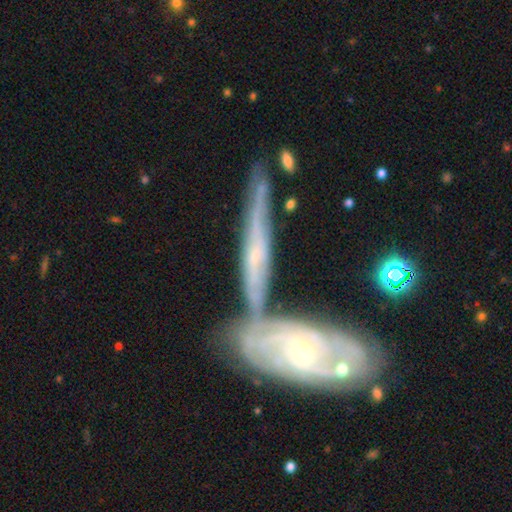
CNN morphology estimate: This is likely a featured or disk galaxy (76%). It is likely viewed edge-on (70%). Edge-on bulge: possibly rounded (52%). Merging: marginally none (40%).